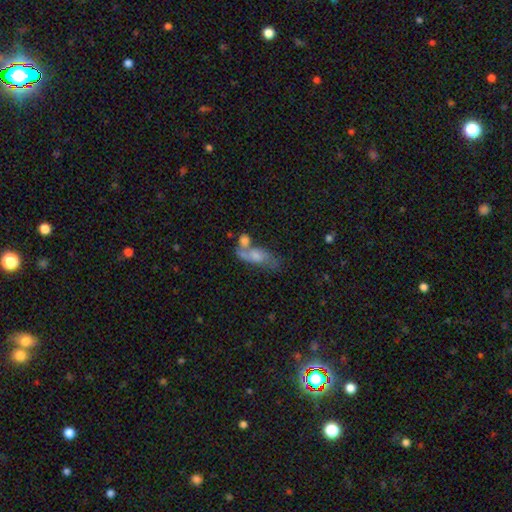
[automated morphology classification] This appears to be a smooth galaxy with no disk features (48%). Merging: merger (43%).